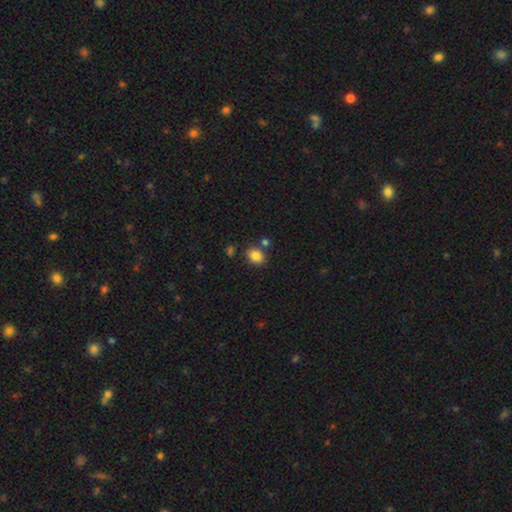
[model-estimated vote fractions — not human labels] Smooth or featured?
  - smooth: 84% *
  - star or artifact: 10%
  - featured or disk: 6%
How rounded?
  - in between: 61% *
  - round: 38%
  - cigar-shaped: 1%
Merging?
  - none: 77% *
  - minor disturbance: 11%
  - merger: 9%
  - major disturbance: 3%